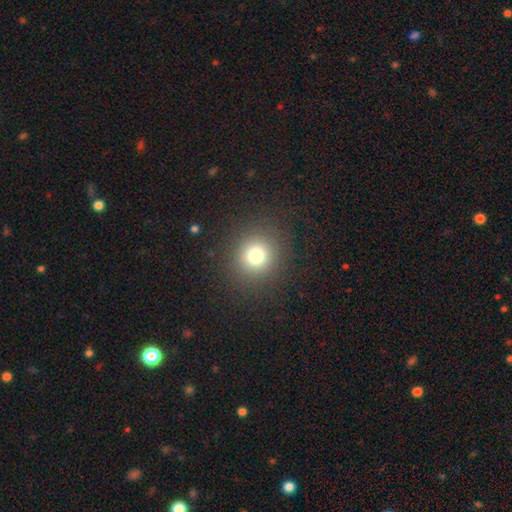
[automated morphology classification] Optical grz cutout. It shows a smooth galaxy with no disk features (76%) that is round (91%). Merging: none (89%).